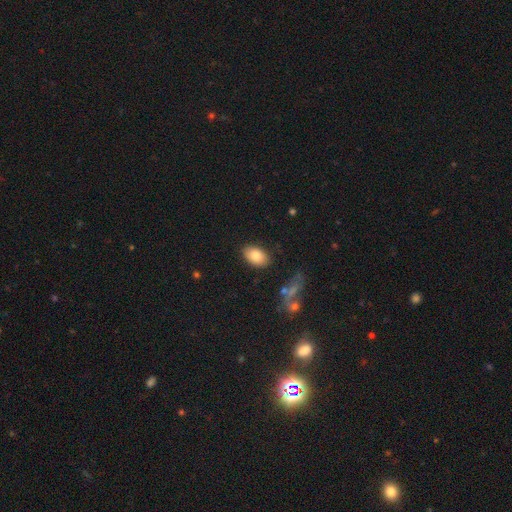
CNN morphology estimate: smooth-or-featured: smooth: 82% | featured or disk: 10% | star or artifact: 8%
  how-rounded: in between: 90% | round: 9% | cigar-shaped: 1%
  merging: none: 84% | minor disturbance: 12% | major disturbance: 3% | merger: 2%